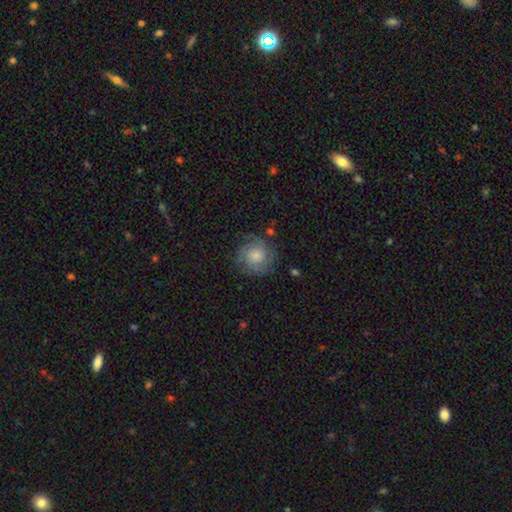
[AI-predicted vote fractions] This appears to be a featured or disk galaxy (48%). Merging: none (73%).